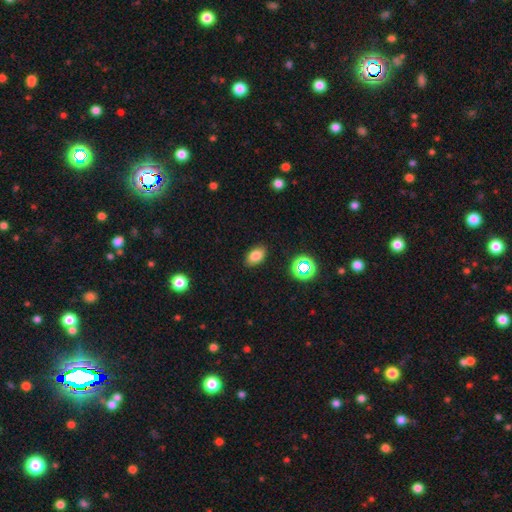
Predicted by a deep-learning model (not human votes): smooth-or-featured: smooth: 80% | star or artifact: 13% | featured or disk: 7%
  how-rounded: in between: 89% | round: 9% | cigar-shaped: 2%
  merging: none: 87% | minor disturbance: 9% | major disturbance: 2% | merger: 1%